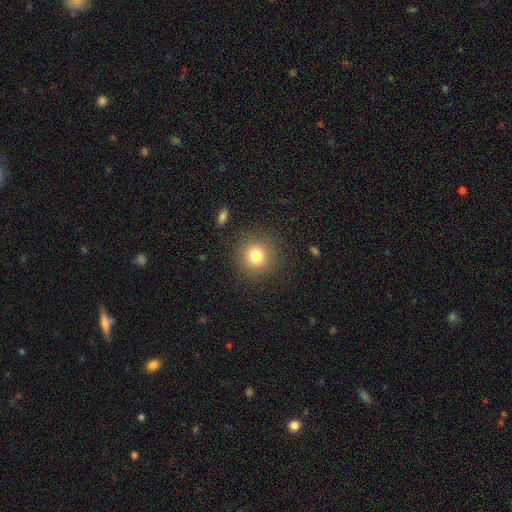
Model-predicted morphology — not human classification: A smooth galaxy with no disk features (80%) that is round (92%). Merging: none (88%).